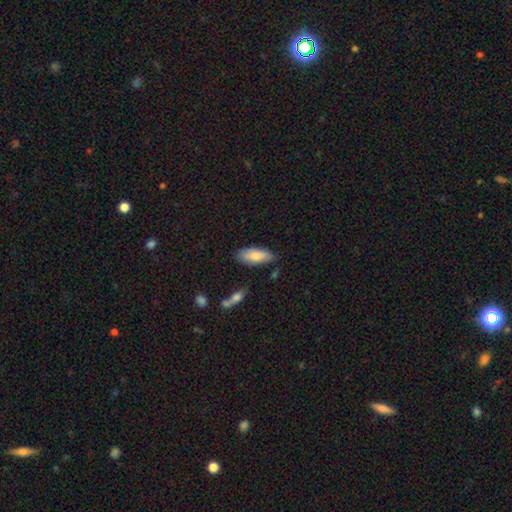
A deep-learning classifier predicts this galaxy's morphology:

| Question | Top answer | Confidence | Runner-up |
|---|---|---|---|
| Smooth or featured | smooth | 80% | featured or disk (14%) |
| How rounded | in between | 80% | cigar-shaped (18%) |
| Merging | none | 76% | minor disturbance (18%) |